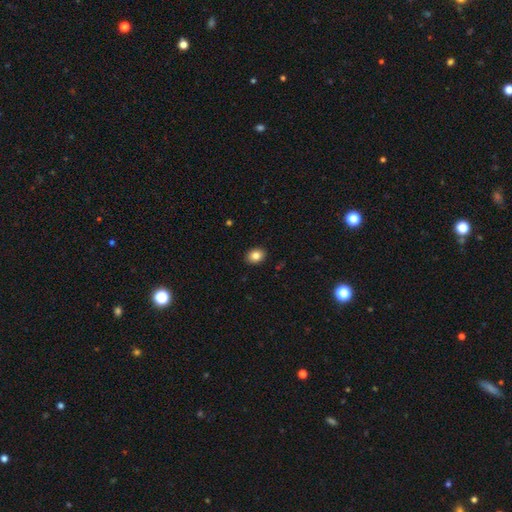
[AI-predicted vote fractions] Smooth or featured?
  - smooth: 83% *
  - star or artifact: 9%
  - featured or disk: 7%
How rounded?
  - in between: 57% *
  - round: 42%
  - cigar-shaped: 1%
Merging?
  - none: 90% *
  - minor disturbance: 7%
  - major disturbance: 2%
  - merger: 1%